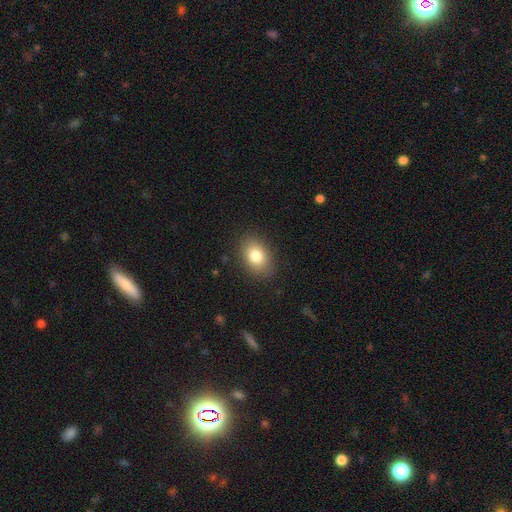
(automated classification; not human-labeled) smooth 83%, featured or disk 9%, star or artifact 8%. Down the decision tree: how rounded — in between (80%); merging — none (86%).